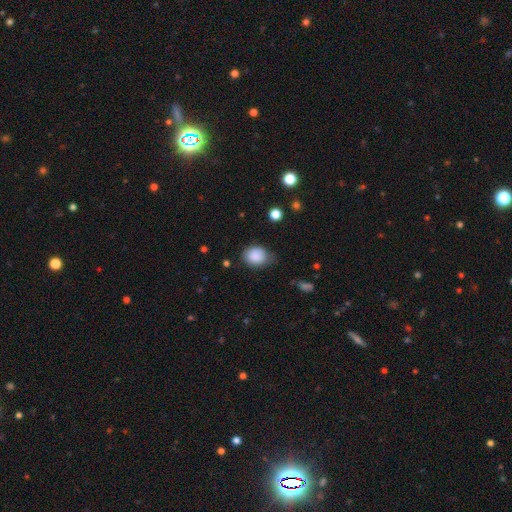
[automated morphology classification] smooth_or_featured: smooth (p=0.87) [alt: star or artifact p=0.08]
how_rounded: round (p=0.54) [alt: in between p=0.45]
merging: none (p=0.63) [alt: minor disturbance p=0.28]